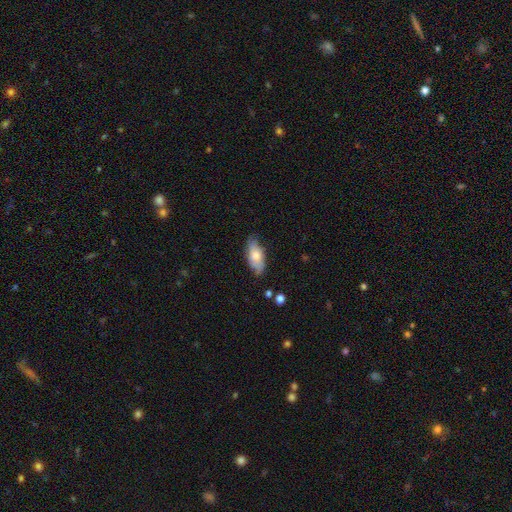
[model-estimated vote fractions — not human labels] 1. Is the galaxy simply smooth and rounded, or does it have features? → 65% smooth, 28% featured or disk, 7% star or artifact.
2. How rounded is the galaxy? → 87% in between, 10% cigar-shaped, 3% round.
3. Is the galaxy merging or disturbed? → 68% none, 26% minor disturbance, 5% major disturbance, 2% merger.